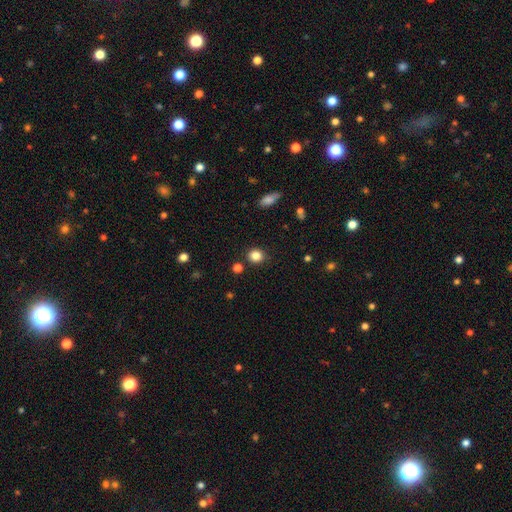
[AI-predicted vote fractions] Overall: smooth (84%). How rounded: round (80%). Merging: none (87%).